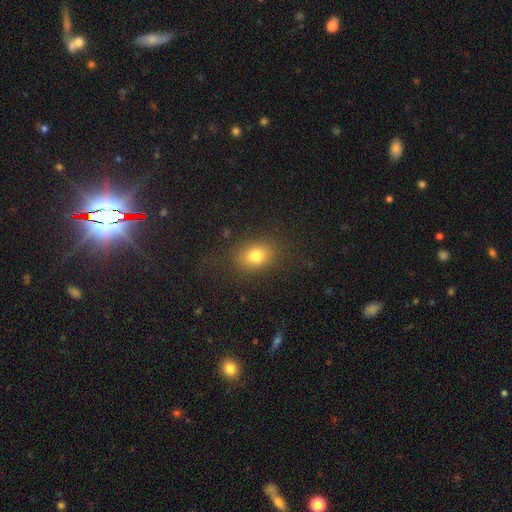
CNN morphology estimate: Smooth or featured?
  - smooth: 79% *
  - star or artifact: 12%
  - featured or disk: 9%
How rounded?
  - in between: 61% *
  - round: 37%
  - cigar-shaped: 1%
Merging?
  - none: 79% *
  - minor disturbance: 13%
  - major disturbance: 7%
  - merger: 1%